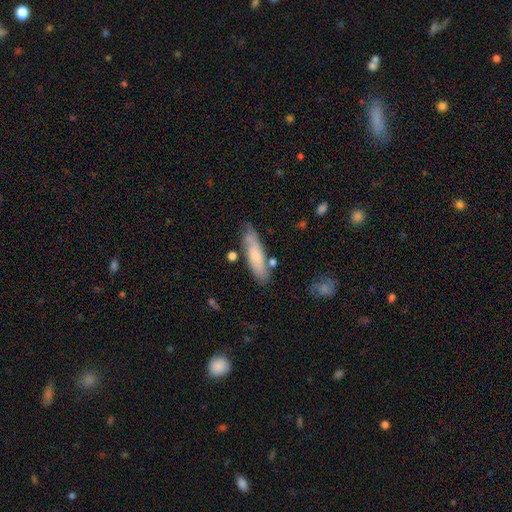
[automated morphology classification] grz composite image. It shows a smooth galaxy with no disk features (67%) that is cigar-shaped (63%). Merging: none (71%).